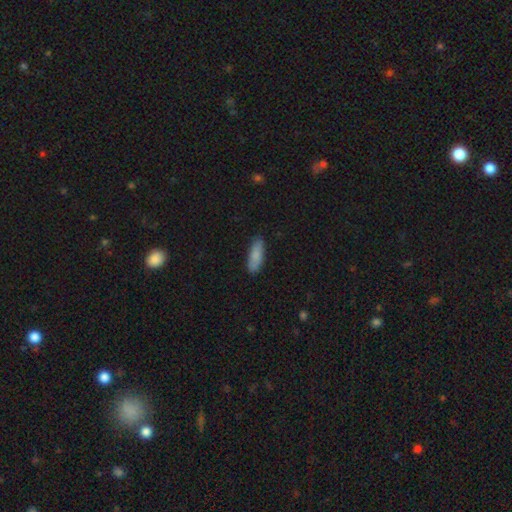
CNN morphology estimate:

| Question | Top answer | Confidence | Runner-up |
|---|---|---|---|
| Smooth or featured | smooth | 85% | featured or disk (8%) |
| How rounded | in between | 63% | cigar-shaped (35%) |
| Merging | none | 84% | minor disturbance (12%) |